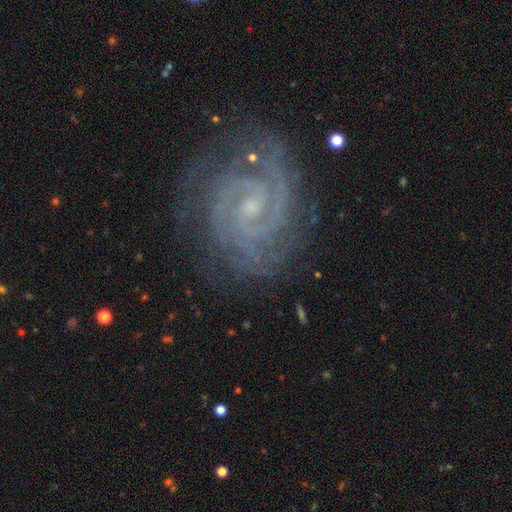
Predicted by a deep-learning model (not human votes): featured or disk 91%, star or artifact 6%, smooth 3%. Down the decision tree: edge-on disk — no (98%); bar — no (44%, tied with weak); spiral arms — yes (99%); spiral arm count — 2 (61%); spiral winding — tight (75%); bulge size — small (70%); merging — none (78%).